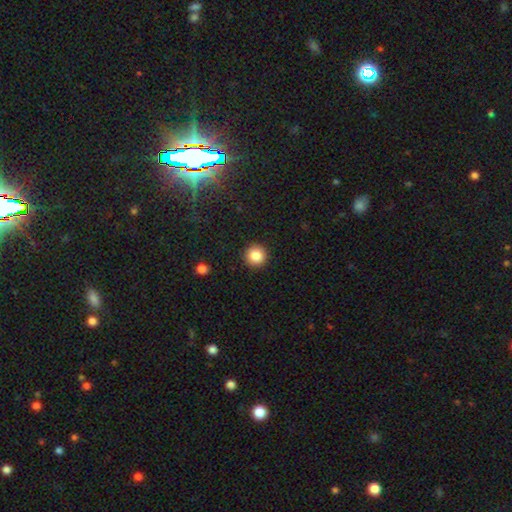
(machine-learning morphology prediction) Smooth or featured: smooth — 85% (star or artifact — 10%)
How rounded: round — 95% (in between — 4%)
Merging: none — 92% (minor disturbance — 5%)